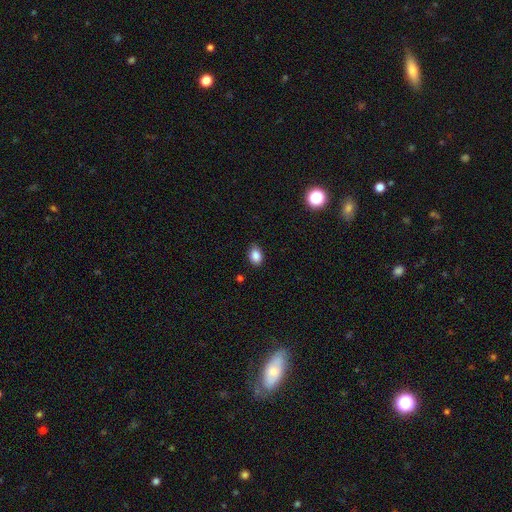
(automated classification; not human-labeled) smooth-or-featured: smooth: 87% | star or artifact: 9% | featured or disk: 4%
  how-rounded: in between: 78% | round: 20% | cigar-shaped: 1%
  merging: none: 81% | minor disturbance: 15% | major disturbance: 3% | merger: 1%